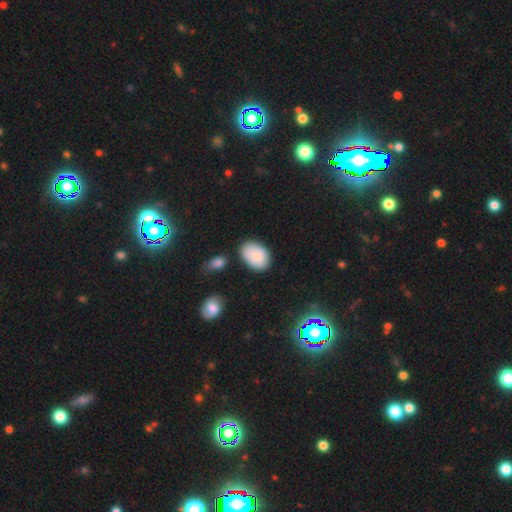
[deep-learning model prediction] Smooth or featured? Predicted: smooth (p=0.82). How rounded? Predicted: in between (p=0.87). Merging? Predicted: none (p=0.72).